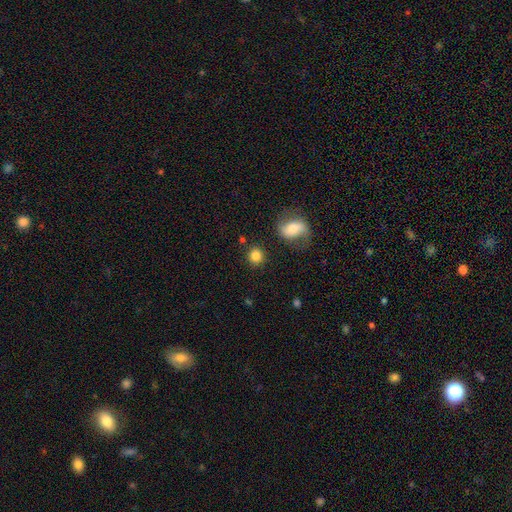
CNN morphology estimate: Smooth or featured? Predicted: smooth (p=0.83). How rounded? Predicted: round (p=0.87). Merging? Predicted: none (p=0.84).